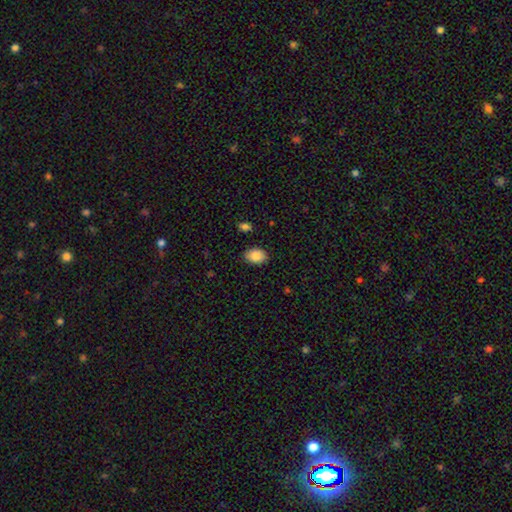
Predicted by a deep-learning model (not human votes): smooth_or_featured: smooth (p=0.87) [alt: star or artifact p=0.07]
how_rounded: in between (p=0.81) [alt: round p=0.18]
merging: none (p=0.86) [alt: minor disturbance p=0.10]